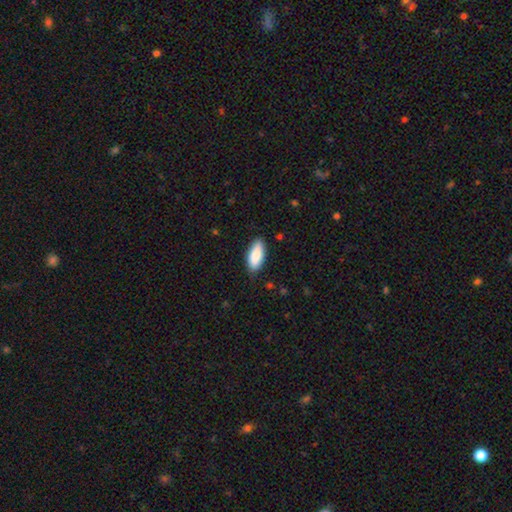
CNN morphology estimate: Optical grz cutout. It shows a smooth galaxy with no disk features (86%) that is in between round and cigar-shaped (82%). Merging: none (85%).